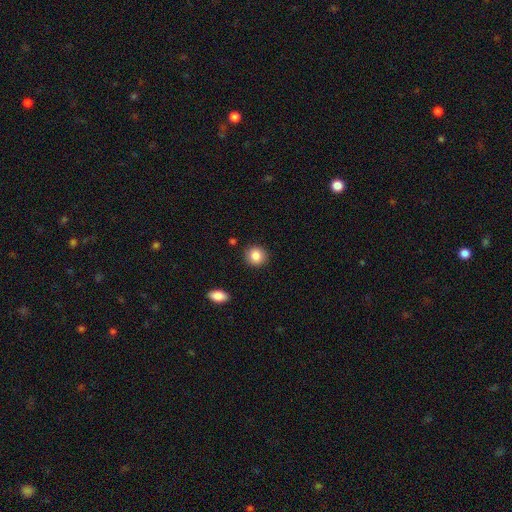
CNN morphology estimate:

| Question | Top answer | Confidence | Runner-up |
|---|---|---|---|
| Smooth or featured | smooth | 86% | star or artifact (9%) |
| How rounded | round | 85% | in between (14%) |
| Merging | none | 90% | minor disturbance (7%) |